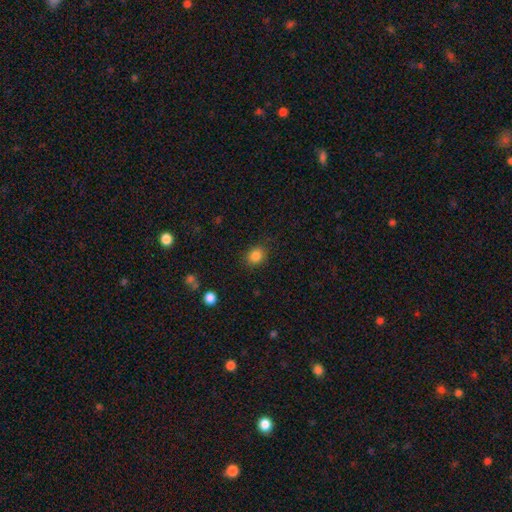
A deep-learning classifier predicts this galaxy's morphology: The model was most divided on "how rounded": round: 64%, in between: 35%, cigar-shaped: 1%. More confident: smooth or featured — smooth (85%); merging — none (83%).